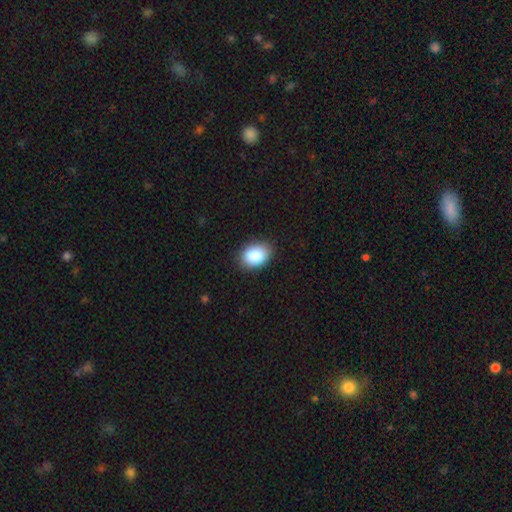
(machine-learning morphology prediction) type=smooth (87%); roundness=in between (79%); merging=none (86%).